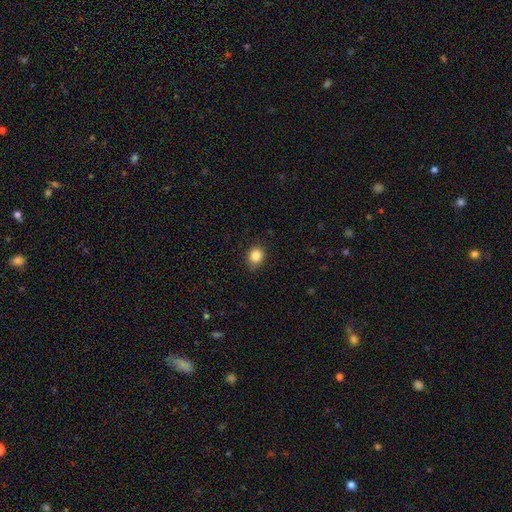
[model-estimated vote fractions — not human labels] smooth-or-featured: smooth: 85% | star or artifact: 10% | featured or disk: 4%
  how-rounded: round: 71% | in between: 28% | cigar-shaped: 1%
  merging: none: 84% | minor disturbance: 13% | major disturbance: 3% | merger: 1%